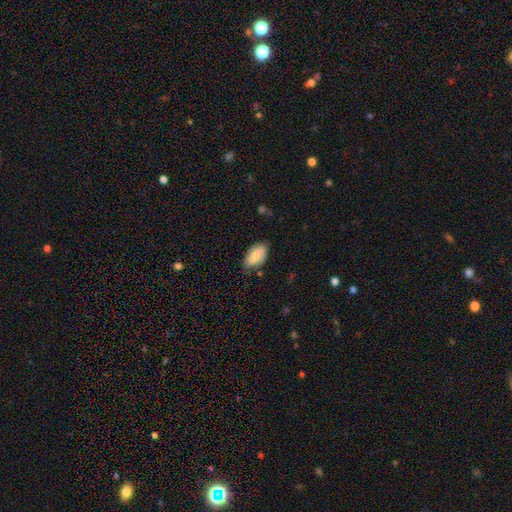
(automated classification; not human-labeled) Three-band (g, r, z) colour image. It shows a smooth galaxy with no disk features (70%) that is in between round and cigar-shaped (93%). Merging: none (72%).